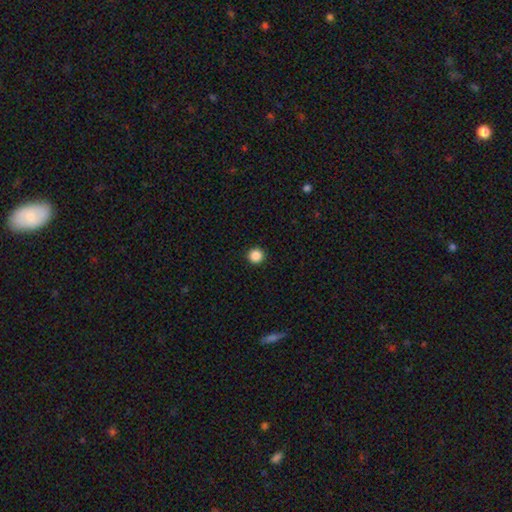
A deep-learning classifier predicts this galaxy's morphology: This is clearly a smooth galaxy (87%). How rounded: clearly round (96%). Merging: clearly none (94%).